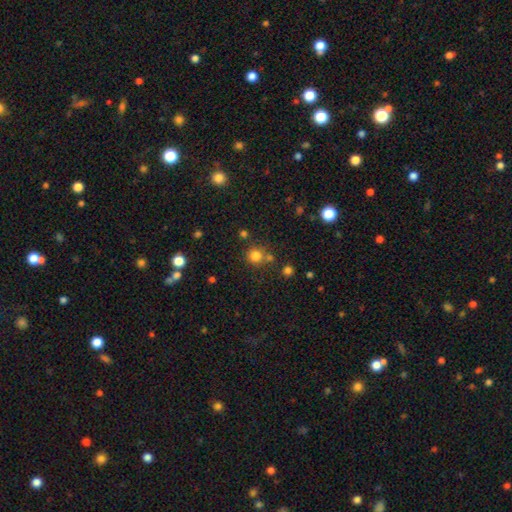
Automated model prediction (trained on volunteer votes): smooth-or-featured: smooth: 78% | star or artifact: 15% | featured or disk: 6%
  how-rounded: round: 92% | in between: 8% | cigar-shaped: 1%
  merging: none: 71% | merger: 16% | minor disturbance: 9% | major disturbance: 4%